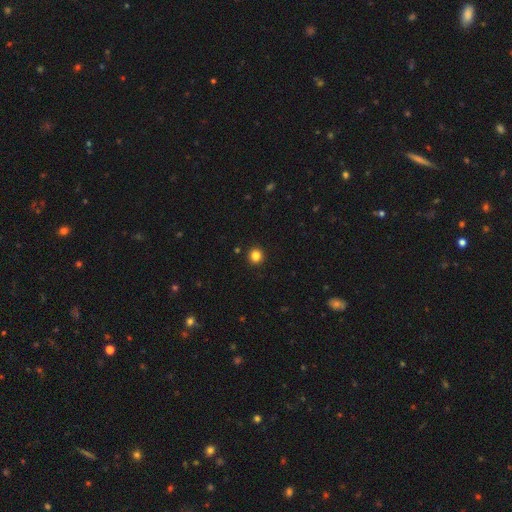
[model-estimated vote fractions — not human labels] A smooth galaxy with no disk features (84%) that is round (91%).

Vote fractions:
- Smooth or featured? smooth: 84% / star or artifact: 12% / featured or disk: 4%
- How rounded? round: 91% / in between: 8% / cigar-shaped: 1%
- Merging? none: 93% / minor disturbance: 4% / major disturbance: 2% / merger: 1%